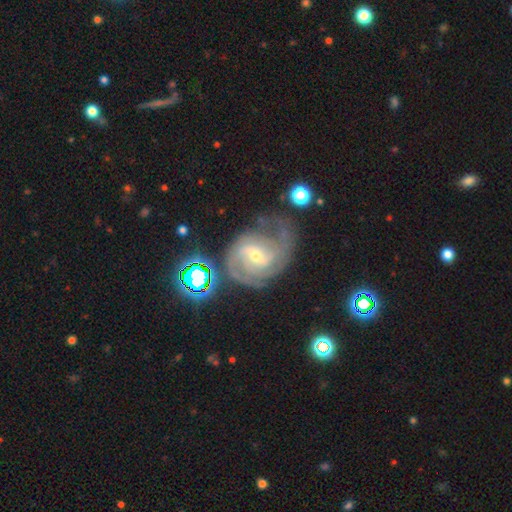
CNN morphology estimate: Smooth or featured? Predicted: featured or disk (p=0.87). Edge-on disk? Predicted: no (p=0.97). Bar? Predicted: weak (p=0.50). Spiral arms? Predicted: yes (p=0.97). Spiral winding? Predicted: tight (p=0.49). Spiral arm count? Predicted: 2 (p=0.39). Bulge size? Predicted: small (p=0.57). Merging? Predicted: none (p=0.58).